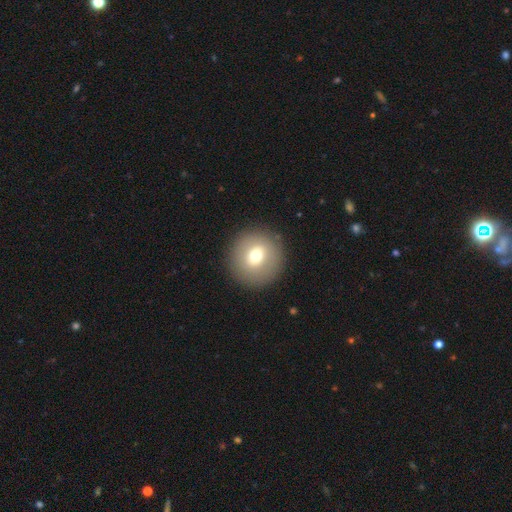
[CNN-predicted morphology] Q: Smooth or featured?
A: smooth (69%); runner-up: featured or disk (21%)
Q: How rounded?
A: round (93%); runner-up: in between (6%)
Q: Merging?
A: none (89%); runner-up: minor disturbance (6%)